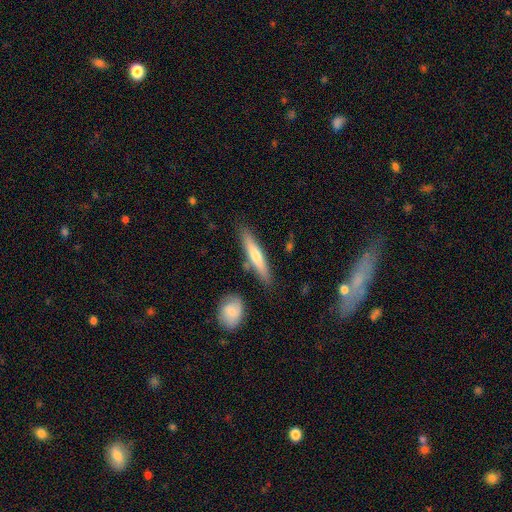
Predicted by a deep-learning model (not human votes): A smooth galaxy with no disk features (59%) that is cigar-shaped (88%).

Vote fractions:
- Smooth or featured? smooth: 59% / featured or disk: 36% / star or artifact: 5%
- How rounded? cigar-shaped: 88% / in between: 11% / round: 1%
- Merging? none: 81% / minor disturbance: 11% / merger: 5% / major disturbance: 2%